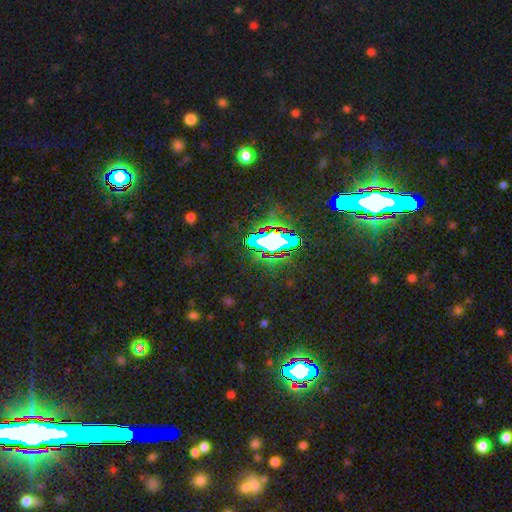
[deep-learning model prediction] Morphology: type=star or artifact (80%).